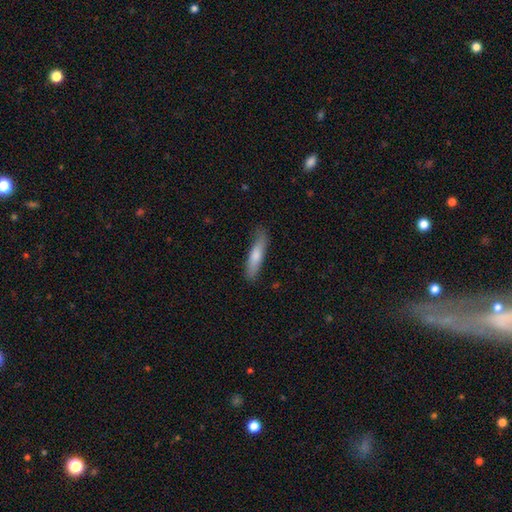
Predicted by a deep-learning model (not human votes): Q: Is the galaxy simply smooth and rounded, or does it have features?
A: smooth — 75%.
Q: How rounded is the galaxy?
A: cigar-shaped — 80%.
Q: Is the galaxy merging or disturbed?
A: none — 80%.